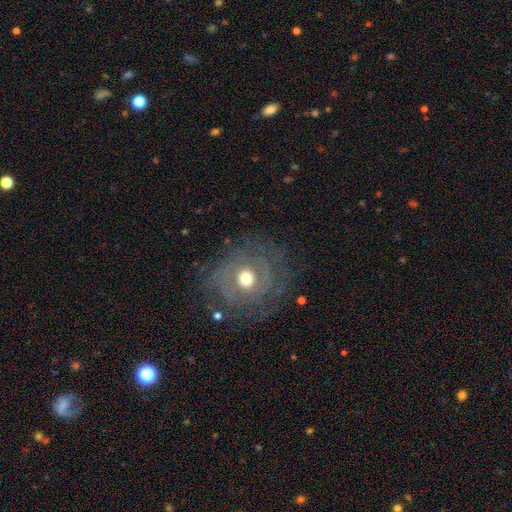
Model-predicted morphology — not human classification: smooth_or_featured: featured or disk (p=0.59) [alt: smooth p=0.24]
disk_edge_on: no (p=0.95) [alt: yes p=0.05]
bar: no (p=0.67) [alt: weak p=0.25]
has_spiral_arms: yes (p=0.68) [alt: no p=0.32]
bulge_size: moderate (p=0.69) [alt: small p=0.22]
merging: none (p=0.80) [alt: minor disturbance p=0.12]